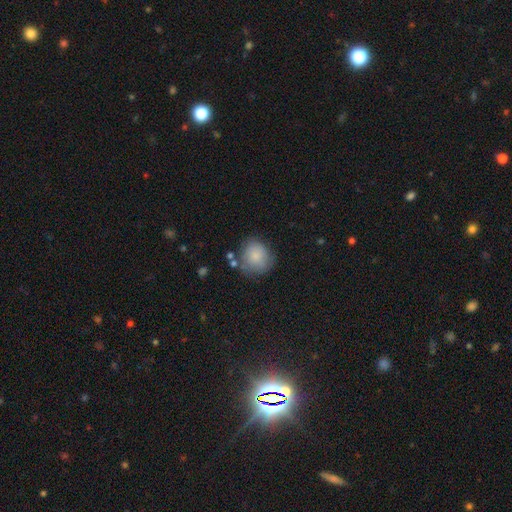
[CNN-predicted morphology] This appears to be a smooth galaxy with no disk features (83%) that is round (81%). Merging: none (65%).